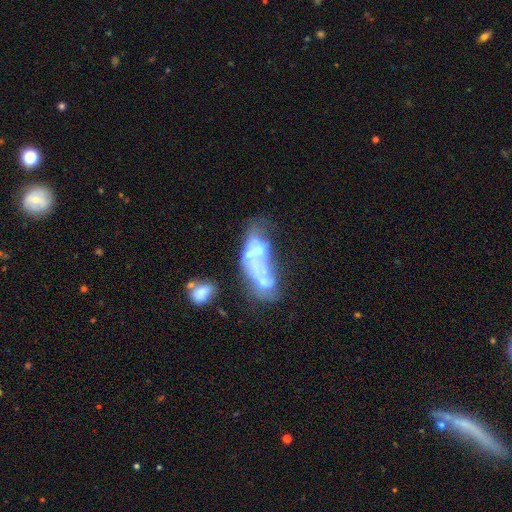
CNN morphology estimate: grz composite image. It shows a featured or disk galaxy (57%) with no bar (89%), no spiral arms (92%) and no central bulge (49%). Merging: merger (49%).